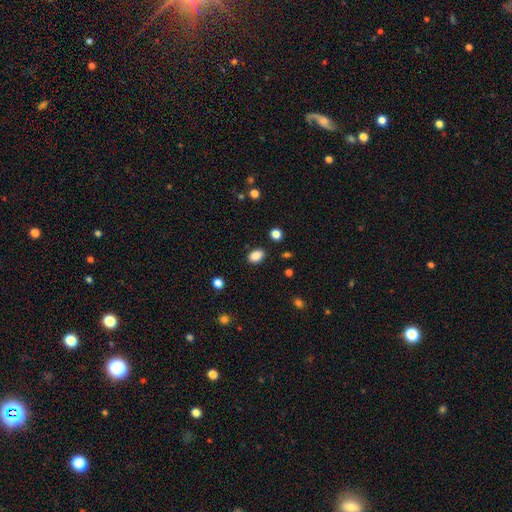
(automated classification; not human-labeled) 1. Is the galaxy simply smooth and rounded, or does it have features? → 87% smooth, 9% star or artifact, 4% featured or disk.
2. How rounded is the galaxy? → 81% in between, 18% round, 1% cigar-shaped.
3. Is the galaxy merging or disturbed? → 86% none, 9% minor disturbance, 3% major disturbance, 2% merger.